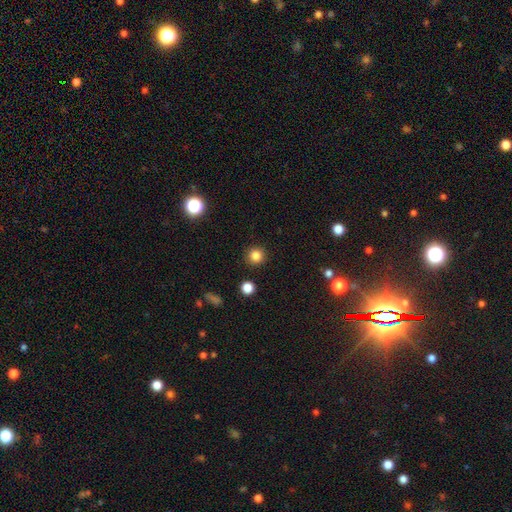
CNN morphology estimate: Smooth or featured: smooth — 83% (star or artifact — 12%)
How rounded: round — 94% (in between — 5%)
Merging: none — 92% (minor disturbance — 5%)